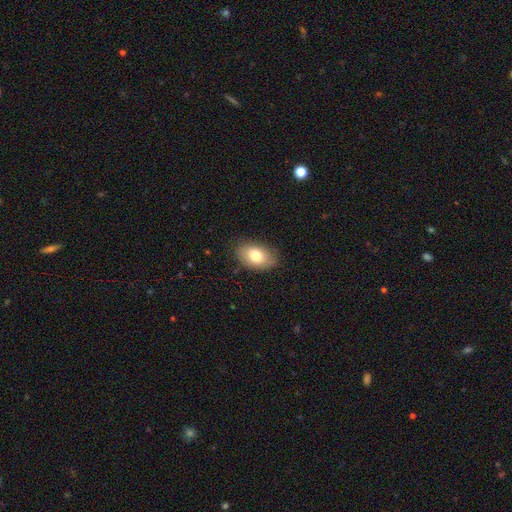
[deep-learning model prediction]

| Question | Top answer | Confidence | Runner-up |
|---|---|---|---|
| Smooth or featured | smooth | 78% | featured or disk (14%) |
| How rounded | in between | 90% | round (9%) |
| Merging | none | 83% | minor disturbance (13%) |